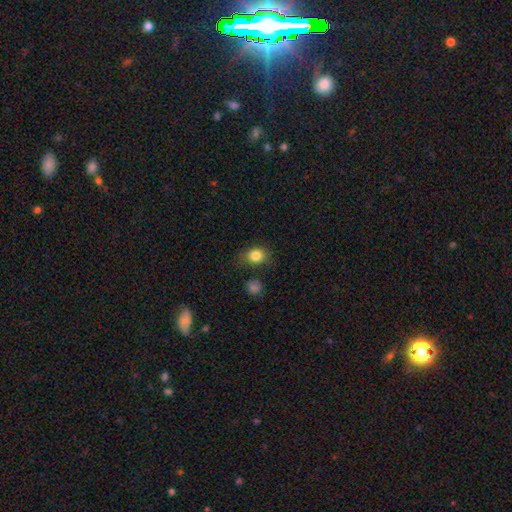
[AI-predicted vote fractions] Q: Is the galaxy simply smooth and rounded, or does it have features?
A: smooth — 83%.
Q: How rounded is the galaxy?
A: round — 63%.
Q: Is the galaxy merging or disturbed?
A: none — 71%.